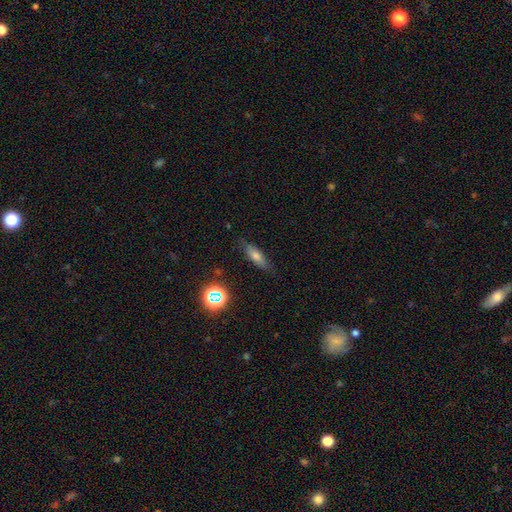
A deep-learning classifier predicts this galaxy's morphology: type=smooth (63%); roundness=cigar-shaped (48%); merging=none (80%).